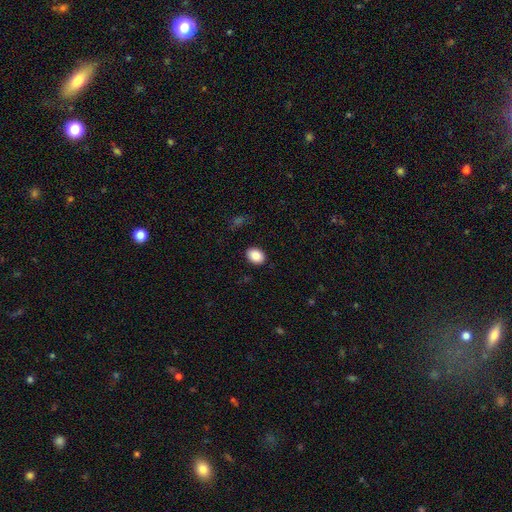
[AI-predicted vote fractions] Overall: smooth (87%). How rounded: in between (69%; round 30%). Merging: none (89%).